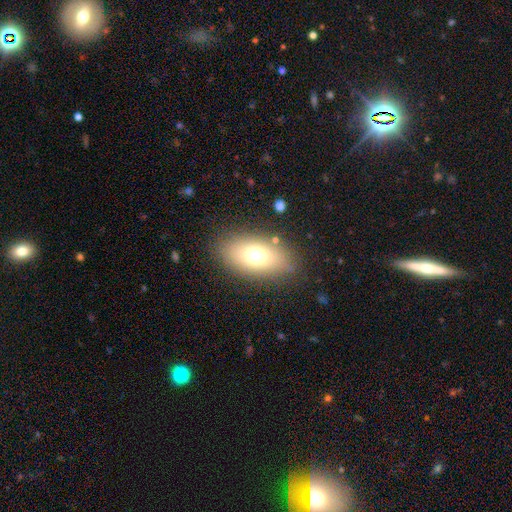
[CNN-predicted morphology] The model was most divided on "smooth or featured": smooth: 72%, featured or disk: 18%, star or artifact: 10%. More confident: how rounded — in between (89%); merging — none (83%).